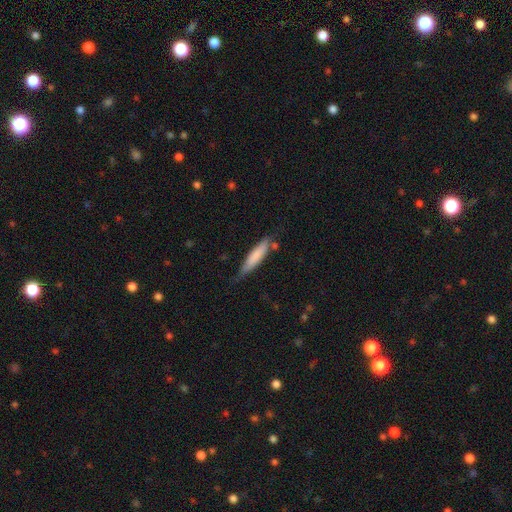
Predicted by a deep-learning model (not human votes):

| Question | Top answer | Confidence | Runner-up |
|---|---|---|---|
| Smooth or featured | smooth | 74% | featured or disk (20%) |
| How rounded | cigar-shaped | 83% | in between (16%) |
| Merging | none | 67% | minor disturbance (24%) |